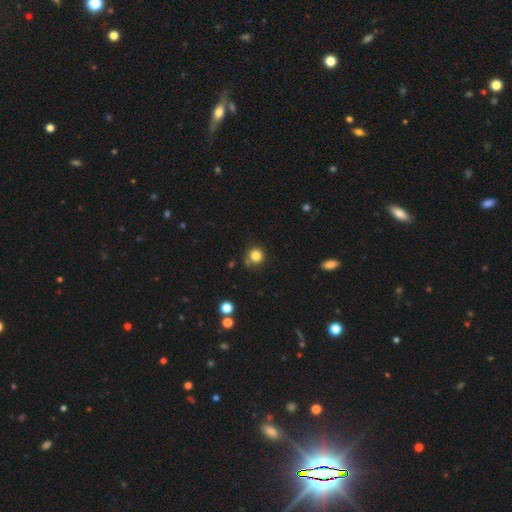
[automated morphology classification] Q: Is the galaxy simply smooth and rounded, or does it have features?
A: smooth — 83%.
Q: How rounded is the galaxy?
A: round — 91%.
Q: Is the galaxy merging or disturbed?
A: none — 76%.